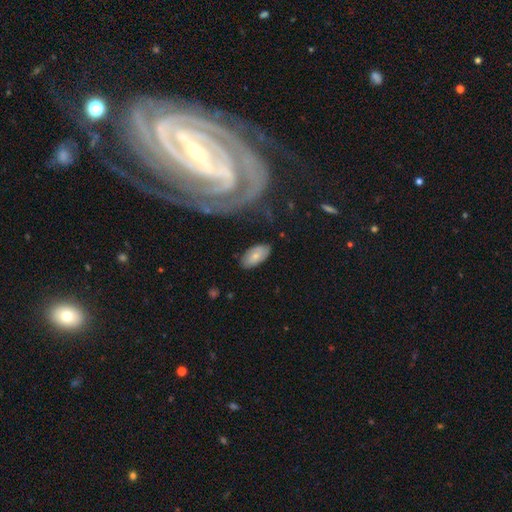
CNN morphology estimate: Smooth or featured? smooth (68%)
How rounded? in between (94%)
Merging? none (78%)